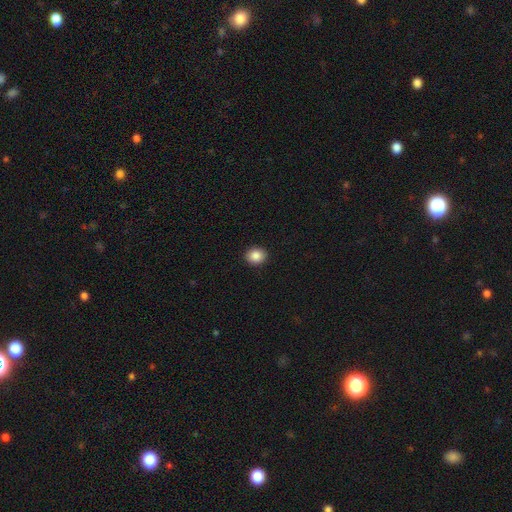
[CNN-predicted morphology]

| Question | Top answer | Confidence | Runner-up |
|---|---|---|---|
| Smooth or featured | smooth | 87% | star or artifact (9%) |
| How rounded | round | 70% | in between (29%) |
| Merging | none | 92% | minor disturbance (5%) |